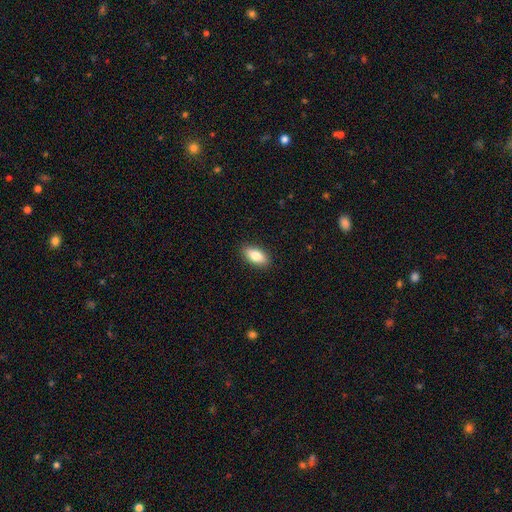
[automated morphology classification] Overall: smooth (81%). How rounded: in between (86%). Merging: none (89%).